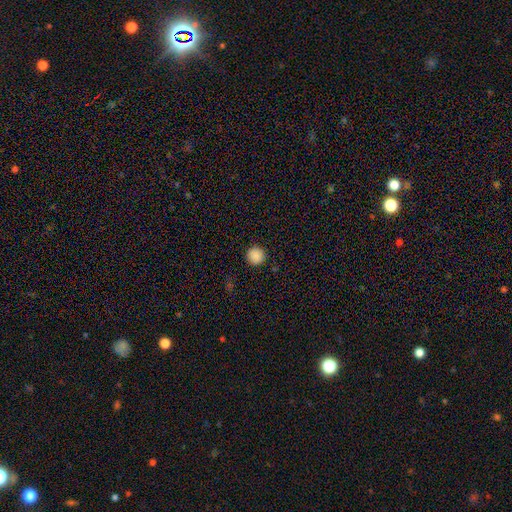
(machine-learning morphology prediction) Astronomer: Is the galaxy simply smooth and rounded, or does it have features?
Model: smooth — 88%.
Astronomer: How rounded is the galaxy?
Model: round — 94%.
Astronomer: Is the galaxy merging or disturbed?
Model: none — 90%.